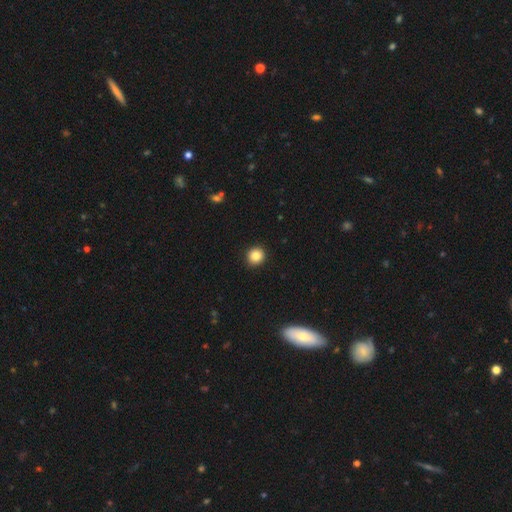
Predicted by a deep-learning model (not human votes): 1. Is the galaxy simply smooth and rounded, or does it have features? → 85% smooth, 10% star or artifact, 5% featured or disk.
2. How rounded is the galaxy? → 92% round, 7% in between, 1% cigar-shaped.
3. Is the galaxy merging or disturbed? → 92% none, 5% minor disturbance, 2% major disturbance, 1% merger.